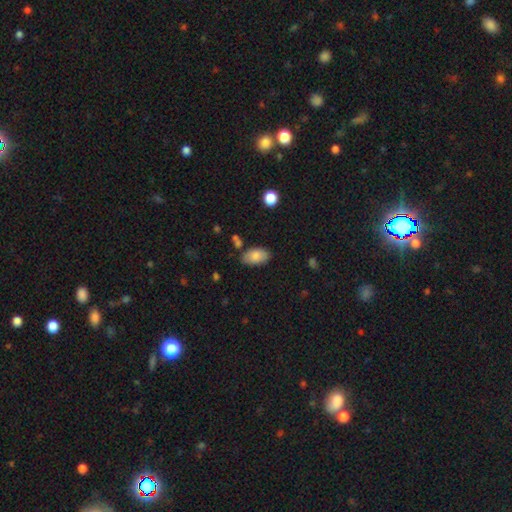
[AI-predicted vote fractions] The model was most divided on "merging": none: 77%, minor disturbance: 15%, merger: 4%, major disturbance: 3%. More confident: how rounded — in between (94%); smooth or featured — smooth (83%).